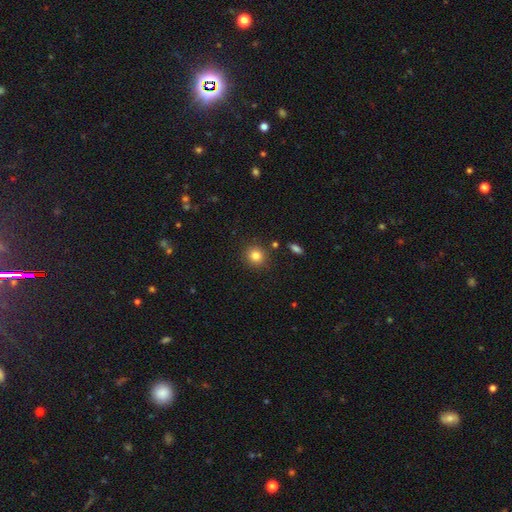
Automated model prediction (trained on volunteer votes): This is clearly a smooth galaxy (83%). How rounded: clearly round (89%). Merging: clearly none (87%).